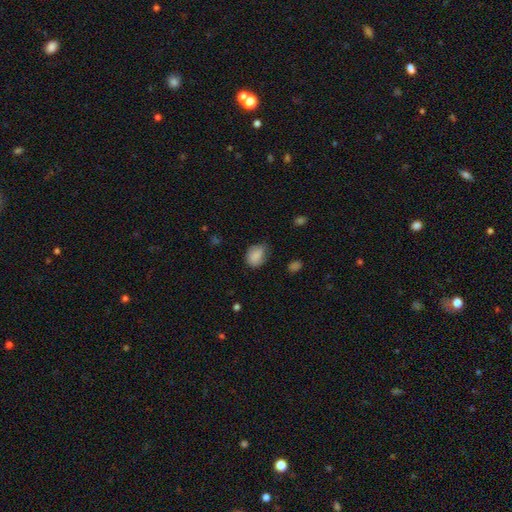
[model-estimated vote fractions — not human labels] This appears to be a smooth galaxy with no disk features (84%) that is in between round and cigar-shaped (65%). Merging: none (53%).